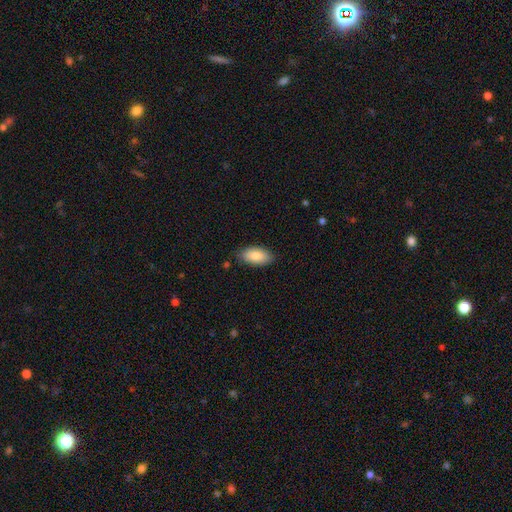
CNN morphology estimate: smooth_or_featured: smooth (p=0.86) [alt: featured or disk p=0.08]
how_rounded: in between (p=0.93) [alt: cigar-shaped p=0.05]
merging: none (p=0.83) [alt: minor disturbance p=0.14]